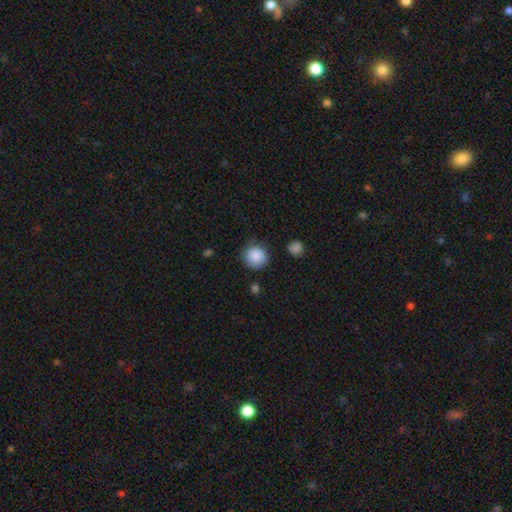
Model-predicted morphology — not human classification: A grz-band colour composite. It shows a smooth galaxy with no disk features (88%) that is round (93%). Merging: none (80%).